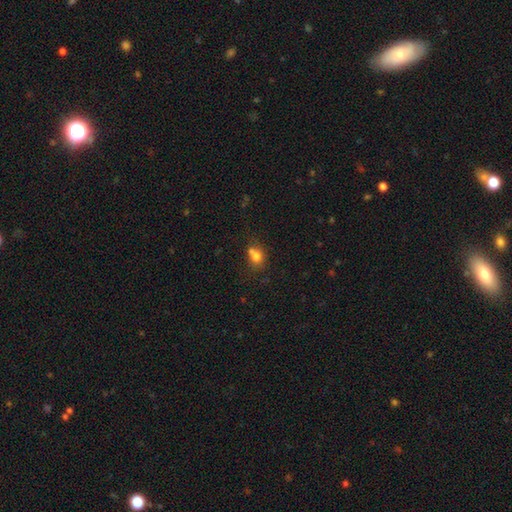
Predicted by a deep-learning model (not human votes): smooth-or-featured: smooth: 74% | featured or disk: 13% | star or artifact: 12%
  how-rounded: round: 54% | in between: 44% | cigar-shaped: 1%
  merging: merger: 45% | none: 38% | minor disturbance: 13% | major disturbance: 5%